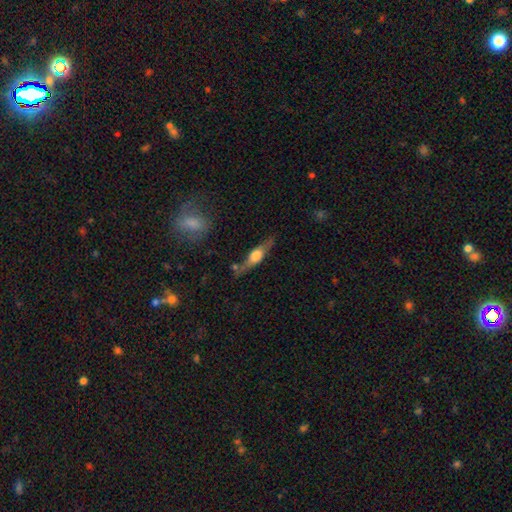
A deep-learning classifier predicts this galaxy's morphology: Overall: featured or disk (59%; smooth 34%). Edge-on disk: yes (89%). Edge-on bulge: rounded (90%). Merging: none (71%).